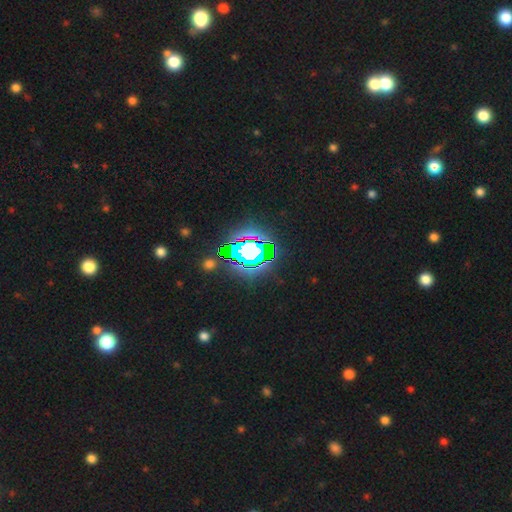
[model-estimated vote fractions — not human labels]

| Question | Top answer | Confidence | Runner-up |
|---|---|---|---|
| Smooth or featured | star or artifact | 67% | smooth (17%) |